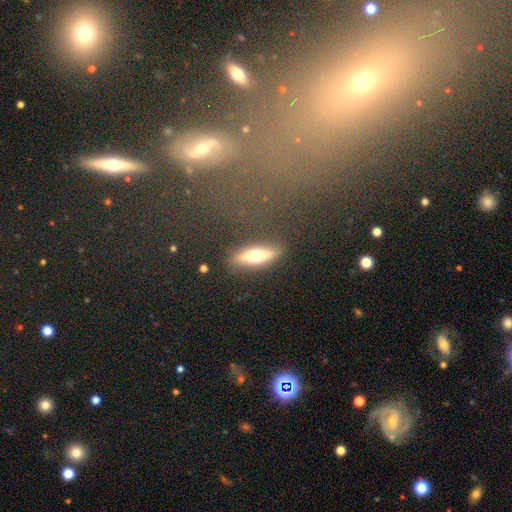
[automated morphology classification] Smooth or featured? Predicted: featured or disk (p=0.49). Merging? Predicted: none (p=0.85).